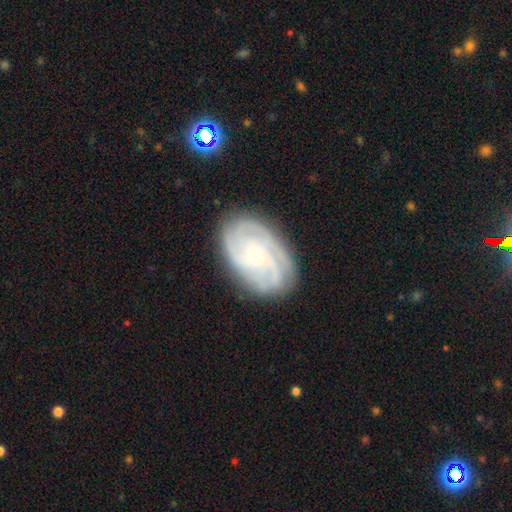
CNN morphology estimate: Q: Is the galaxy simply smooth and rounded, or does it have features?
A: featured or disk — 82%.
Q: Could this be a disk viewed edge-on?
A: no — 96%.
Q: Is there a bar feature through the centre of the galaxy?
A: no — 70%.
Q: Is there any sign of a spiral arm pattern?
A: yes — 96%.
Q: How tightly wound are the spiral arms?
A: tight — 65%.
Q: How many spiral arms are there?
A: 3 — 27%, tied with can't tell.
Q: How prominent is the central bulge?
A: small — 65%.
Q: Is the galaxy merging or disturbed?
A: none — 80%.